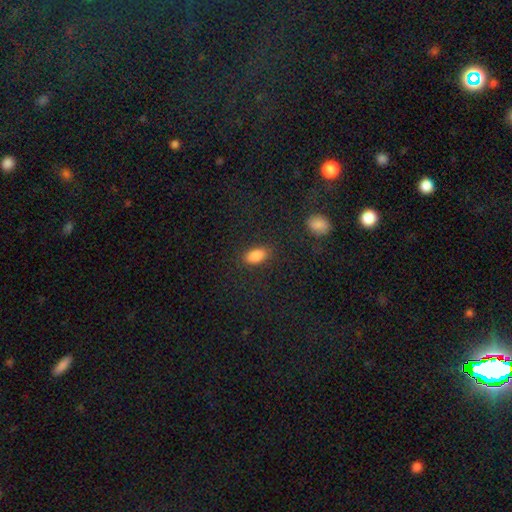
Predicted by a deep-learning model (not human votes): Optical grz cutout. It shows a smooth galaxy with no disk features (86%) that is in between round and cigar-shaped (91%). Merging: none (86%).